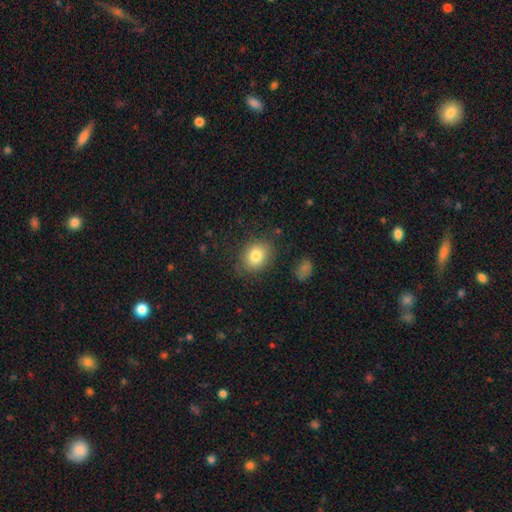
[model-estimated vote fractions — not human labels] smooth_or_featured: smooth (p=0.81) [alt: star or artifact p=0.10]
how_rounded: round (p=0.54) [alt: in between p=0.46]
merging: none (p=0.81) [alt: minor disturbance p=0.13]